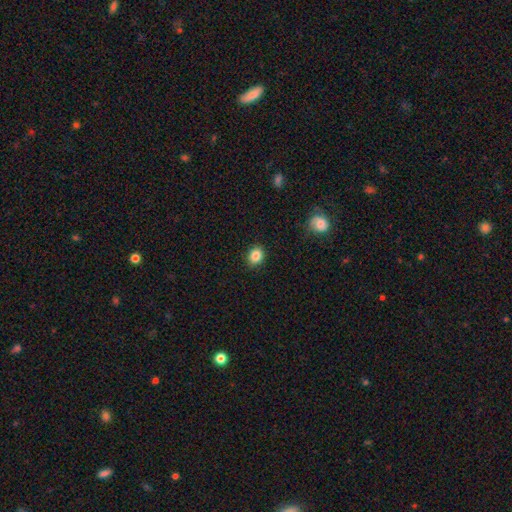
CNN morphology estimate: smooth_or_featured: smooth (p=0.85) [alt: star or artifact p=0.10]
how_rounded: round (p=0.58) [alt: in between p=0.41]
merging: none (p=0.87) [alt: minor disturbance p=0.10]